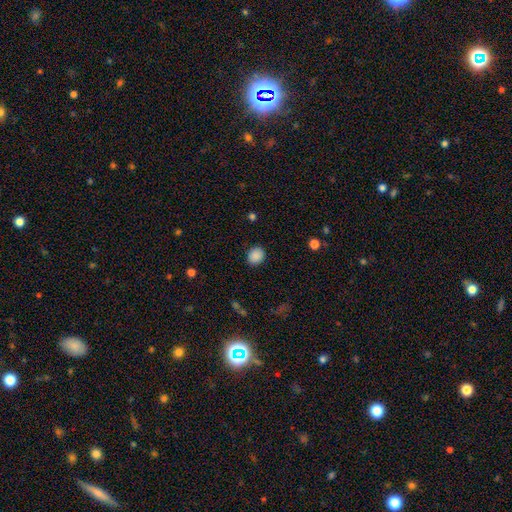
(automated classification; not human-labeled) smooth-or-featured: smooth: 88% | star or artifact: 9% | featured or disk: 3%
  how-rounded: round: 66% | in between: 33% | cigar-shaped: 1%
  merging: none: 89% | minor disturbance: 8% | major disturbance: 2% | merger: 1%